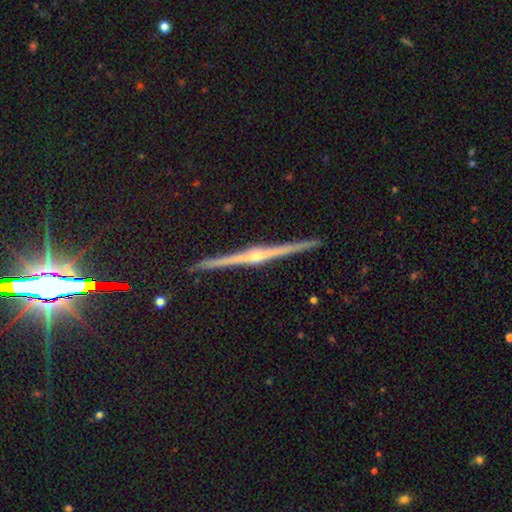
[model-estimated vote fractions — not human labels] Q: Smooth or featured?
A: featured or disk (84%); runner-up: star or artifact (9%)
Q: Edge-on disk?
A: yes (99%); runner-up: no (1%)
Q: Edge-on bulge?
A: rounded (86%); runner-up: none (8%)
Q: Merging?
A: none (93%); runner-up: minor disturbance (5%)